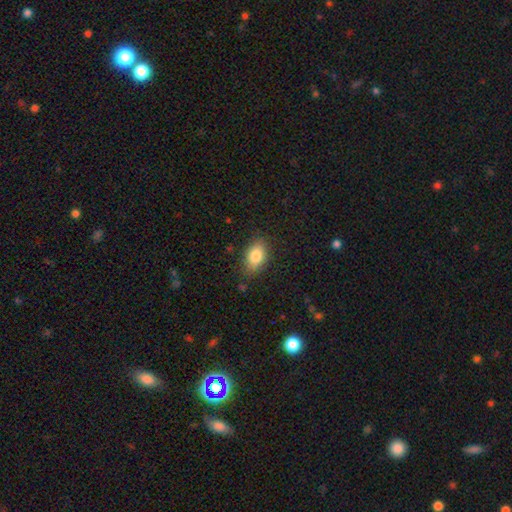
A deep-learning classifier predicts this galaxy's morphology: Overall: smooth (84%). How rounded: in between (88%). Merging: none (81%).